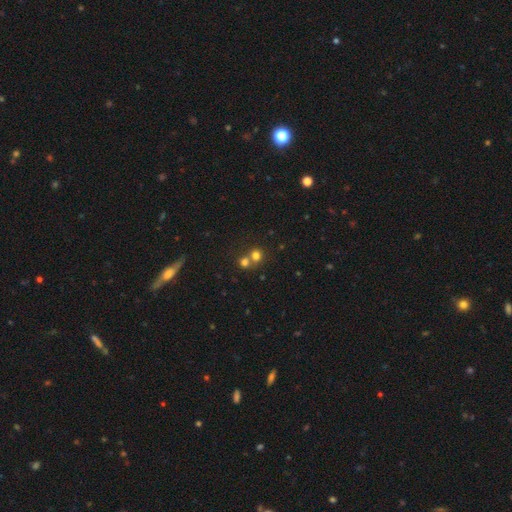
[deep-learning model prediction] This appears to be a smooth galaxy with no disk features (73%) that is round (83%). Merging: merger (50%).